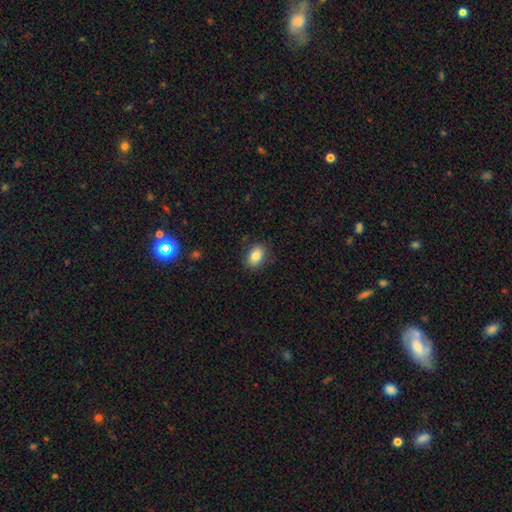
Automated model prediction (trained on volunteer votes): This is clearly a smooth galaxy (82%). How rounded: likely in between (80%). Merging: clearly none (86%).